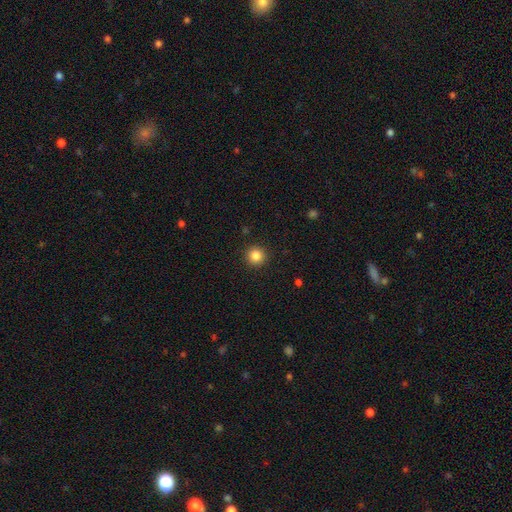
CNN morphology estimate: smooth 85%, star or artifact 11%, featured or disk 4%. Down the decision tree: how rounded — round (94%); merging — none (92%).